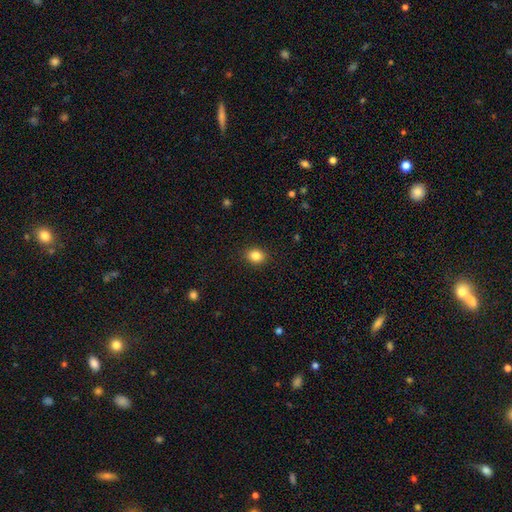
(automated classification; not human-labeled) A smooth galaxy with no disk features (85%) that is round (54%). Merging: none (90%).